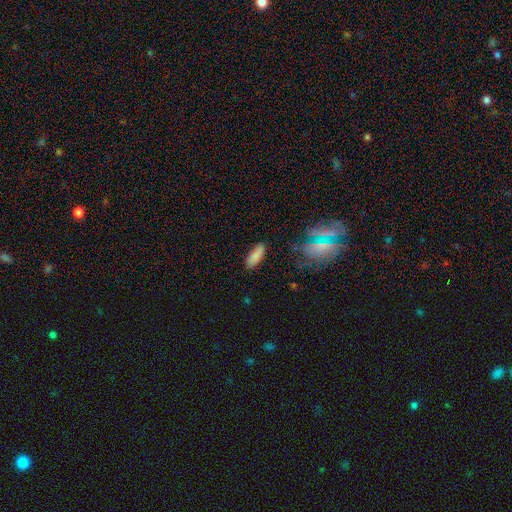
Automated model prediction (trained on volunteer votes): A smooth galaxy with no disk features (85%) that is in between round and cigar-shaped (67%). Merging: none (77%).